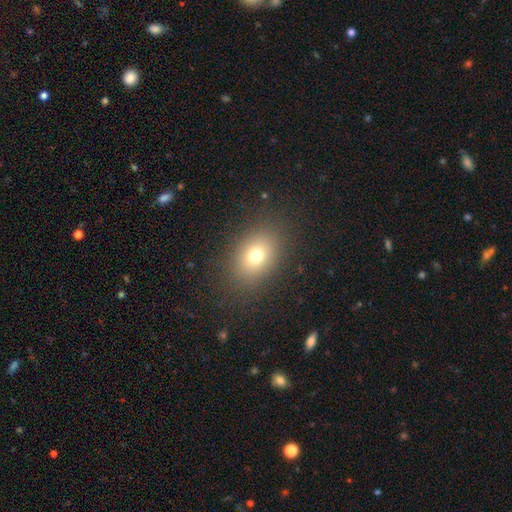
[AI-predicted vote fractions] Overall: smooth (74%). How rounded: in between (71%). Merging: none (86%).